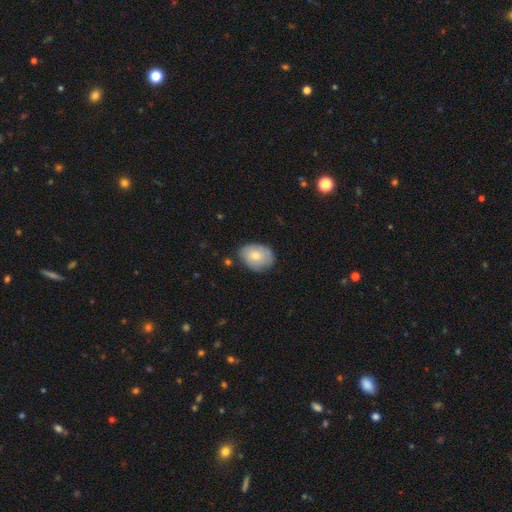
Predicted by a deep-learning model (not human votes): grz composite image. It shows a smooth galaxy with no disk features (73%) that is in between round and cigar-shaped (71%). Merging: none (73%).